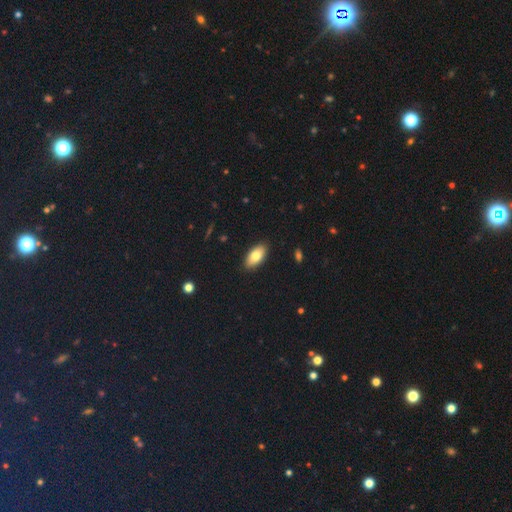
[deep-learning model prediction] Smooth or featured? Predicted: smooth (p=0.80). How rounded? Predicted: in between (p=0.92). Merging? Predicted: none (p=0.89).